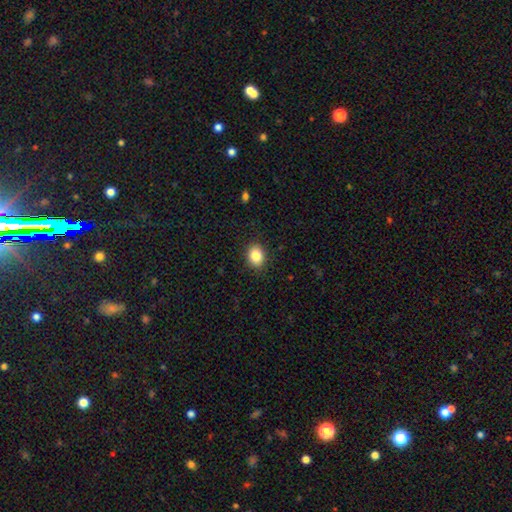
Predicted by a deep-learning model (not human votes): A smooth galaxy with no disk features (85%) that is in between round and cigar-shaped (52%).

Vote fractions:
- Smooth or featured? smooth: 85% / star or artifact: 9% / featured or disk: 5%
- How rounded? in between: 52% / round: 47% / cigar-shaped: 1%
- Merging? none: 89% / minor disturbance: 8% / major disturbance: 2% / merger: 1%